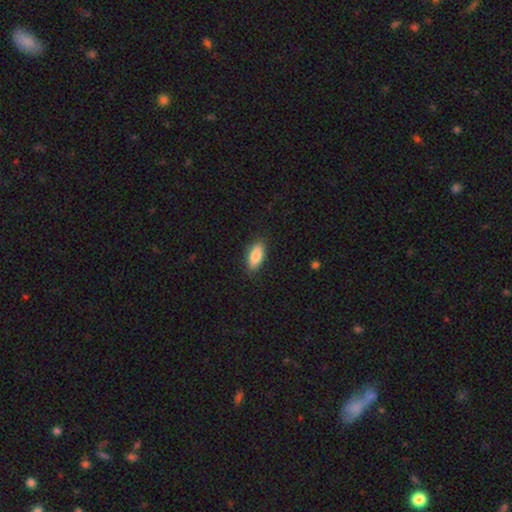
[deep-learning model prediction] A smooth galaxy with no disk features (85%) that is in between round and cigar-shaped (80%).

Vote fractions:
- Smooth or featured? smooth: 85% / featured or disk: 8% / star or artifact: 6%
- How rounded? in between: 80% / cigar-shaped: 18% / round: 2%
- Merging? none: 87% / minor disturbance: 10% / major disturbance: 2% / merger: 1%